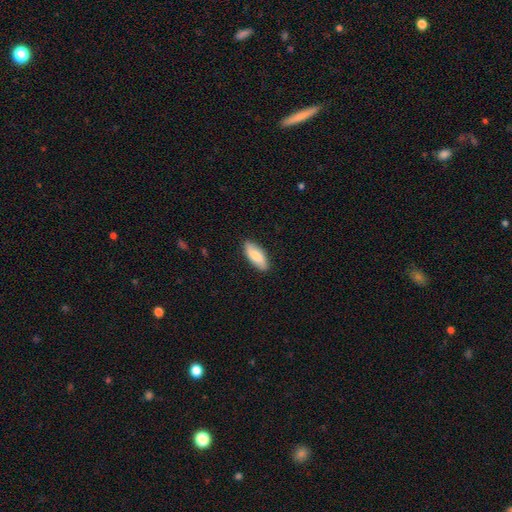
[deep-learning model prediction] This is likely a smooth galaxy (74%). How rounded: likely in between (78%). Merging: clearly none (87%).